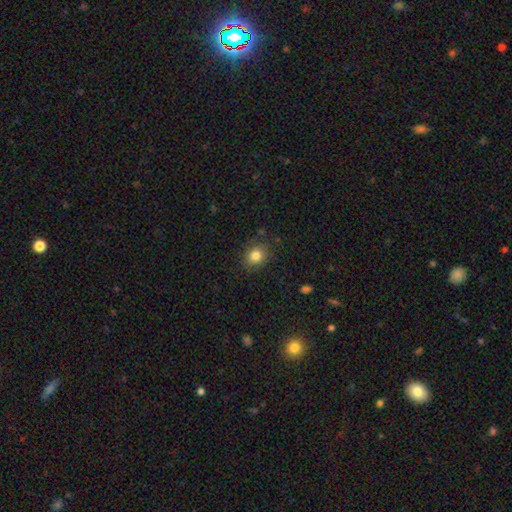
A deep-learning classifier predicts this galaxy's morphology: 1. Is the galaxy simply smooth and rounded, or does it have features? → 83% smooth, 11% star or artifact, 6% featured or disk.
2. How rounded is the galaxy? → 66% round, 33% in between, 1% cigar-shaped.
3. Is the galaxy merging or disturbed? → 84% none, 11% minor disturbance, 3% major disturbance, 1% merger.